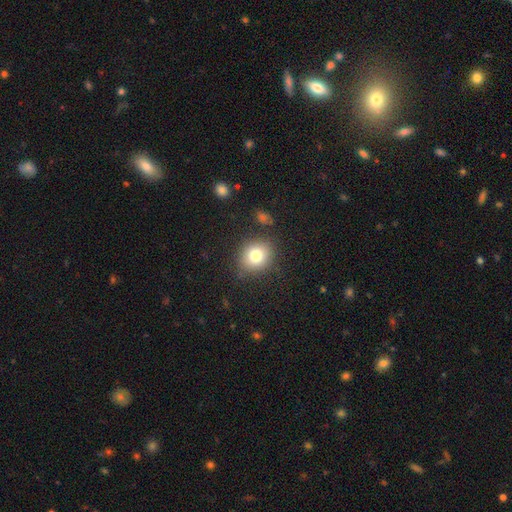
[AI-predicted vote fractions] Overall: smooth (79%). How rounded: round (68%; in between 31%). Merging: none (83%).